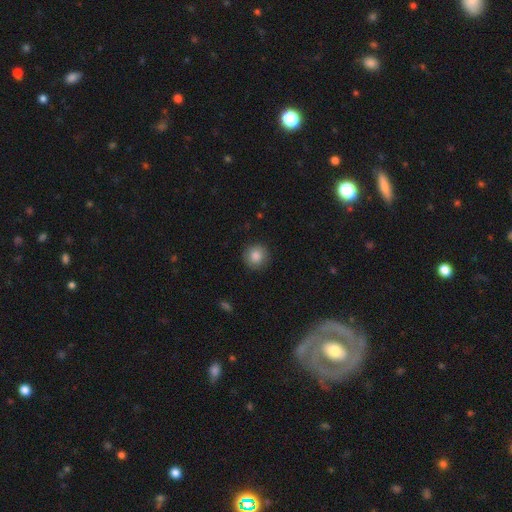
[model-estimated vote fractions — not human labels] smooth-or-featured: smooth: 86% | star or artifact: 9% | featured or disk: 6%
  how-rounded: round: 92% | in between: 7% | cigar-shaped: 1%
  merging: none: 89% | minor disturbance: 8% | major disturbance: 2% | merger: 1%